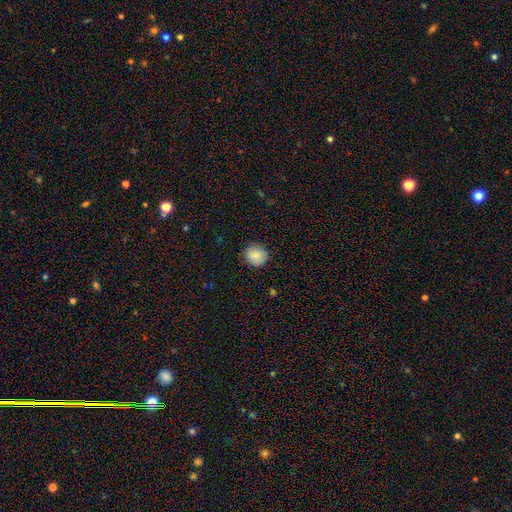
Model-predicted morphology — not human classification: Smooth or featured: smooth — 88% (star or artifact — 8%)
How rounded: round — 87% (in between — 12%)
Merging: none — 87% (minor disturbance — 10%)